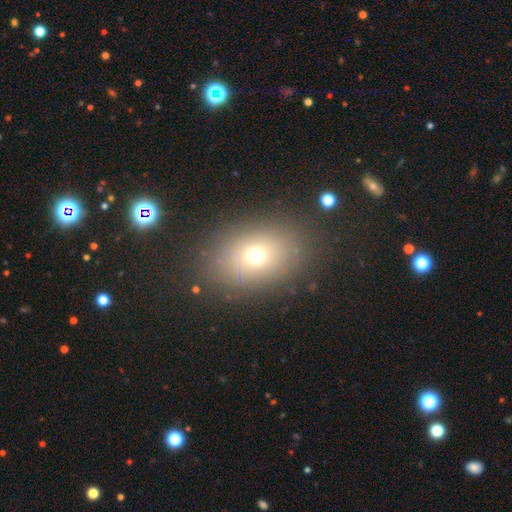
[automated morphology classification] Smooth or featured: smooth — 68% (star or artifact — 17%)
How rounded: in between — 70% (round — 29%)
Merging: none — 83% (minor disturbance — 10%)